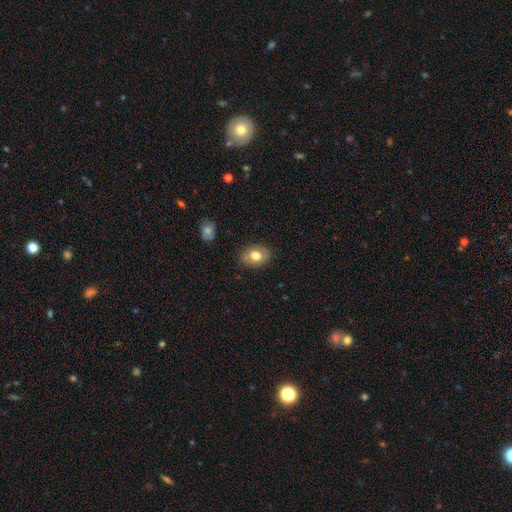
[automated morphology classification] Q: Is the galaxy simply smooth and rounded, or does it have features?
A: smooth — 77%.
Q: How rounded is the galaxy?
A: in between — 65%.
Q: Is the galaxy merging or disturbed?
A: none — 83%.